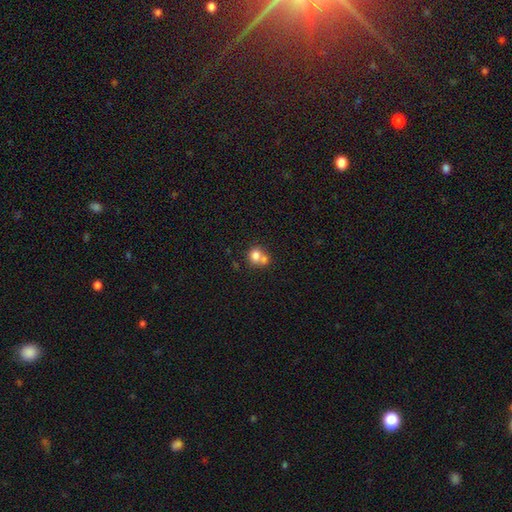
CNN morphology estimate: Smooth or featured: smooth — 76% (featured or disk — 14%)
How rounded: round — 72% (in between — 27%)
Merging: merger — 55% (none — 34%)